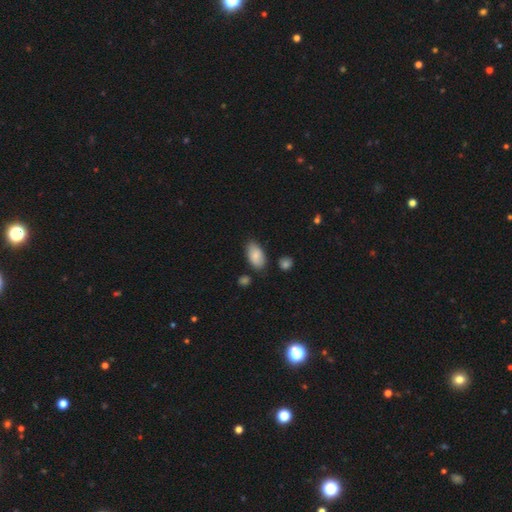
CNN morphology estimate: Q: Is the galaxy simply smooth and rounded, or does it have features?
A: smooth — 84%.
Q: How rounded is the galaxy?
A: in between — 94%.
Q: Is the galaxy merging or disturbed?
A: none — 76%.